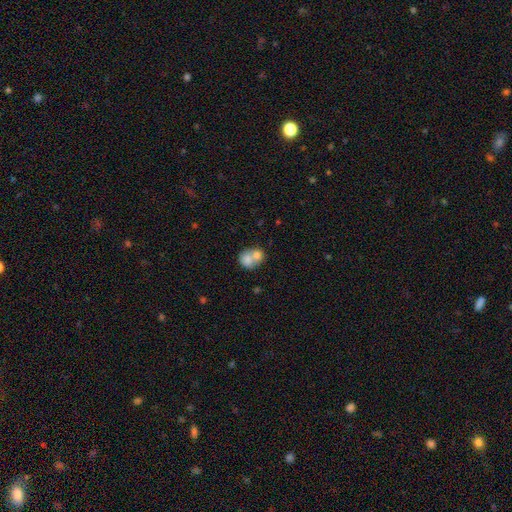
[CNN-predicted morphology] This is likely a smooth galaxy (74%). How rounded: likely round (65%). Merging: likely merger (68%).